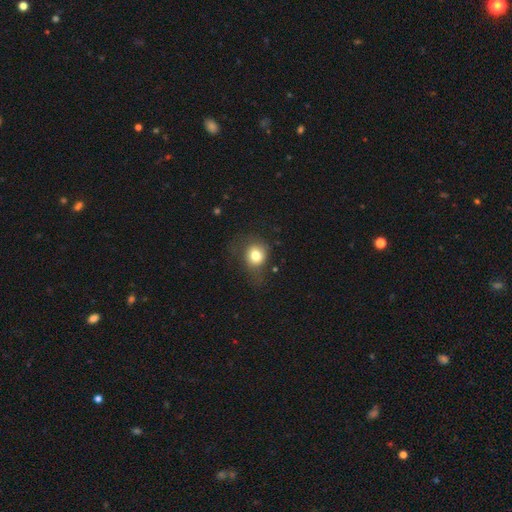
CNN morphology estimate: Smooth or featured? smooth (77%)
How rounded? round (70%)
Merging? none (58%)